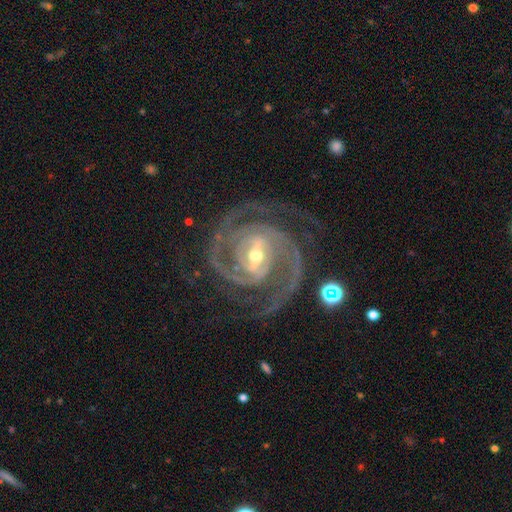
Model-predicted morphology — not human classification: smooth-or-featured: featured or disk: 93% | star or artifact: 4% | smooth: 2%
  disk-edge-on: no: 98% | yes: 2%
    bar: strong: 52% | weak: 38% | no: 11%
    has-spiral-arms: yes: 99% | no: 1%
      spiral-winding: tight: 51% | medium: 43% | loose: 6%
      spiral-arm-count: 2: 64% | 3: 19% | can't tell: 5% | 4: 5% | 1: 4% | more than 4: 4%
    bulge-size: moderate: 50% | small: 45% | large: 3% | none: 1% | dominant: 1%
  merging: none: 75% | minor disturbance: 13% | major disturbance: 10% | merger: 2%